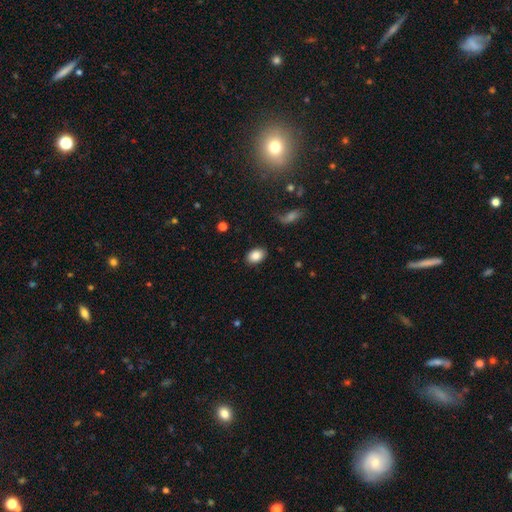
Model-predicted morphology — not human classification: Q: Smooth or featured?
A: smooth (86%); runner-up: star or artifact (8%)
Q: How rounded?
A: in between (81%); runner-up: round (18%)
Q: Merging?
A: none (87%); runner-up: minor disturbance (9%)